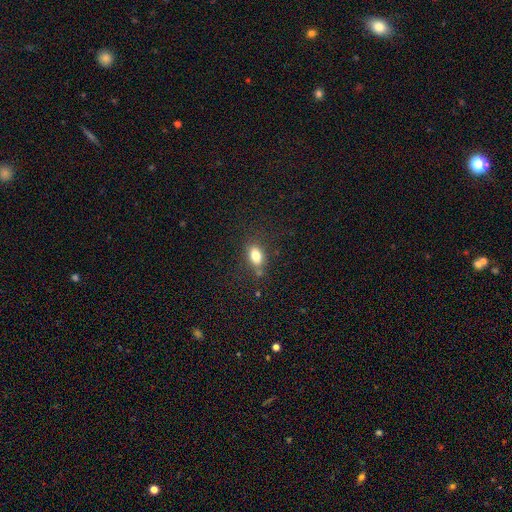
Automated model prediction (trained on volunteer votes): Smooth or featured?
  - smooth: 80% *
  - star or artifact: 10%
  - featured or disk: 10%
How rounded?
  - in between: 84% *
  - round: 13%
  - cigar-shaped: 4%
Merging?
  - none: 72% *
  - minor disturbance: 17%
  - merger: 6%
  - major disturbance: 5%